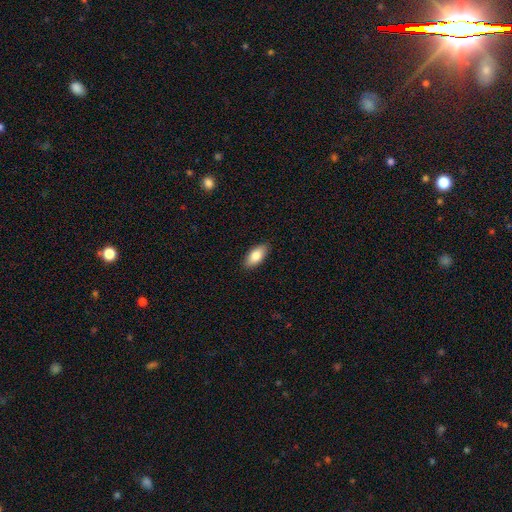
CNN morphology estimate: This is clearly a smooth galaxy (85%). How rounded: clearly in between (89%). Merging: clearly none (89%).